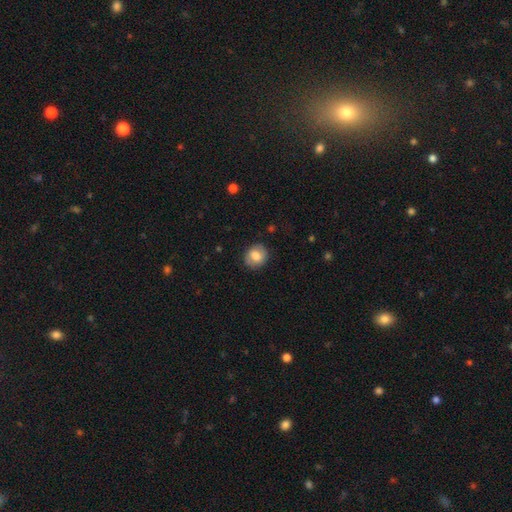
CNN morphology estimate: A smooth galaxy with no disk features (75%) that is round (72%). Merging: none (85%).